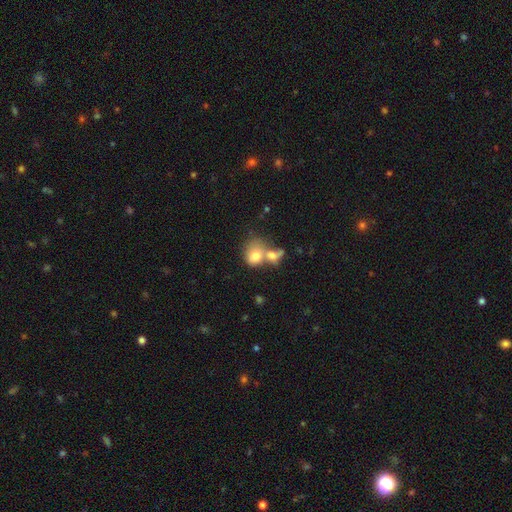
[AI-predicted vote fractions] Smooth or featured: smooth — 75% (featured or disk — 17%)
How rounded: round — 52% (in between — 47%)
Merging: merger — 63% (none — 22%)